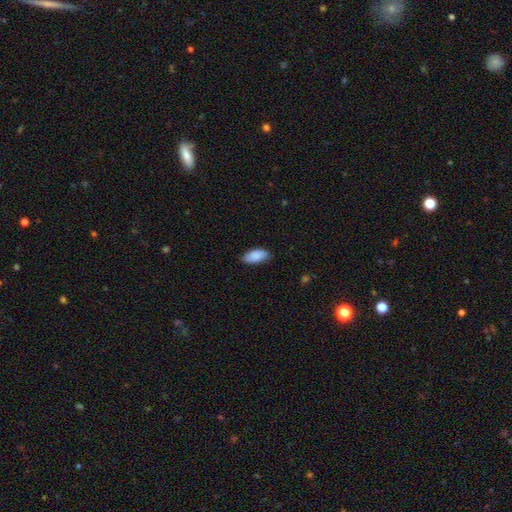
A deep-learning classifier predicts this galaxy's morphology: A smooth galaxy with no disk features (88%) that is in between round and cigar-shaped (91%).

Vote fractions:
- Smooth or featured? smooth: 88% / star or artifact: 6% / featured or disk: 6%
- How rounded? in between: 91% / cigar-shaped: 7% / round: 2%
- Merging? none: 82% / minor disturbance: 14% / major disturbance: 2% / merger: 1%